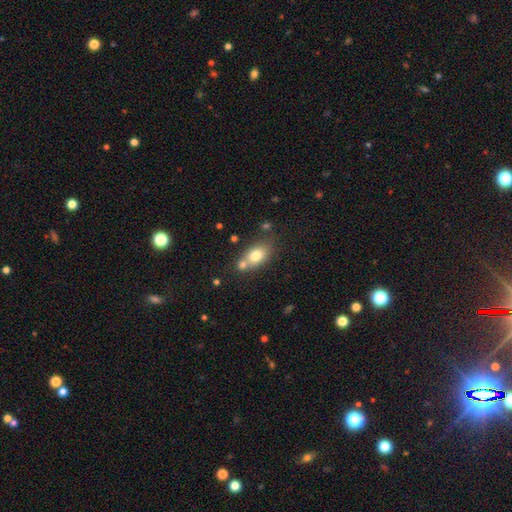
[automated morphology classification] smooth_or_featured: smooth (p=0.75) [alt: featured or disk p=0.16]
how_rounded: in between (p=0.79) [alt: round p=0.18]
merging: none (p=0.49) [alt: merger p=0.33]